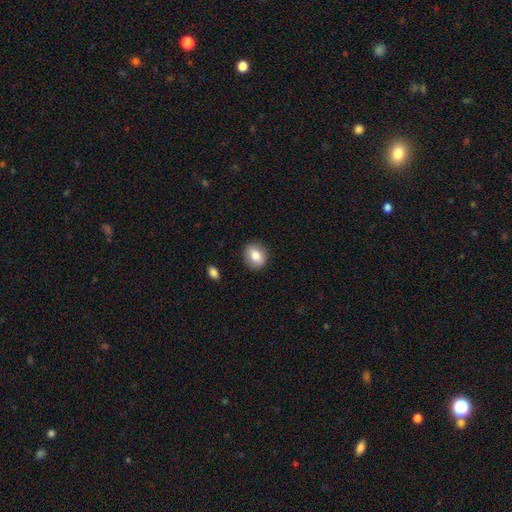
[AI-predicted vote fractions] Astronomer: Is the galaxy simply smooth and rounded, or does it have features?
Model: smooth — 79%.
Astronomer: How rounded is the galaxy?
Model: round — 58% (runner-up: in between, 41%).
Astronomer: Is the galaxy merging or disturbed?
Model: none — 87%.